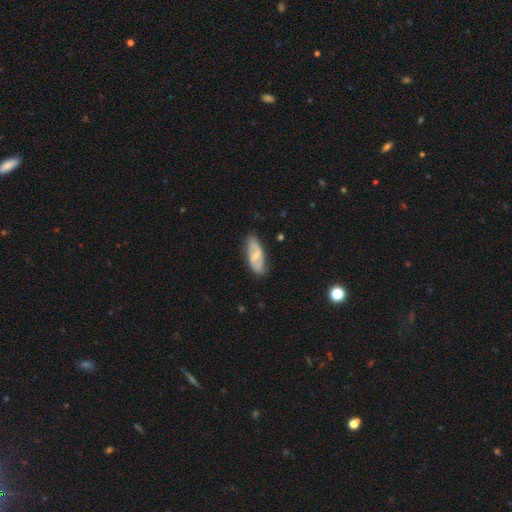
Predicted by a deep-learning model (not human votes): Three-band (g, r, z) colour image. It shows a featured or disk galaxy (56%). Merging: none (77%).